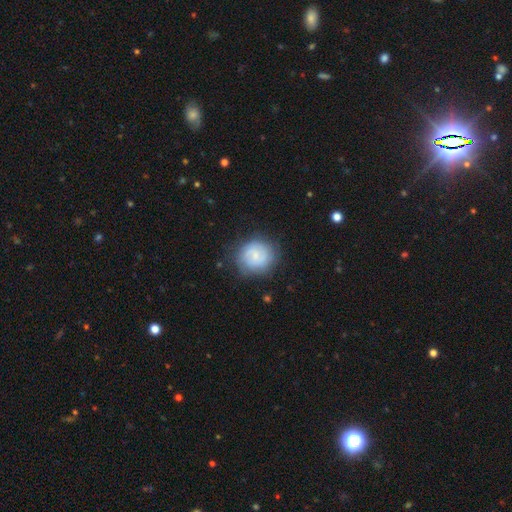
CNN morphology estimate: A smooth galaxy with no disk features (49%). Merging: none (78%).